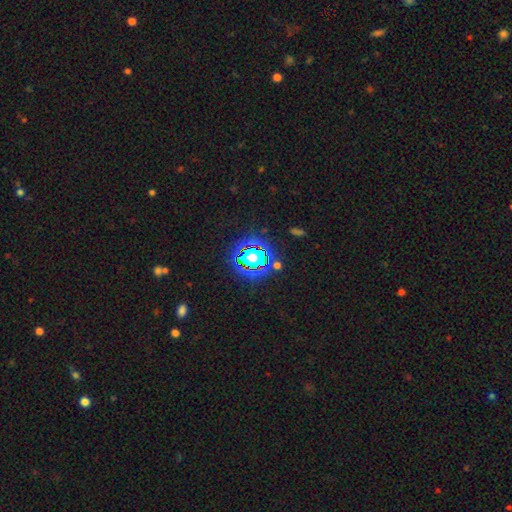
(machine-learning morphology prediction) Smooth or featured: star or artifact — 59% (smooth — 28%)